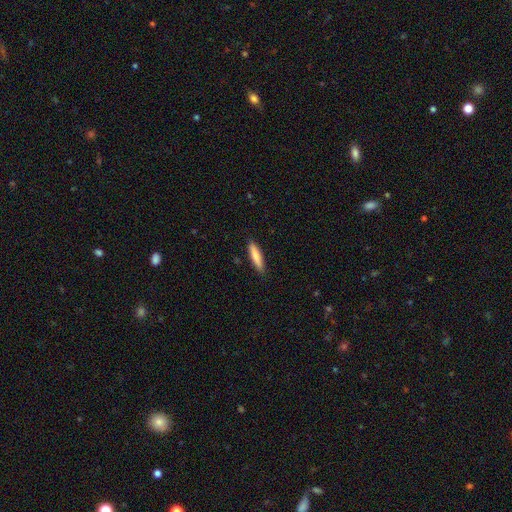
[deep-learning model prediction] This is likely a smooth galaxy (79%). How rounded: clearly cigar-shaped (81%). Merging: clearly none (88%).